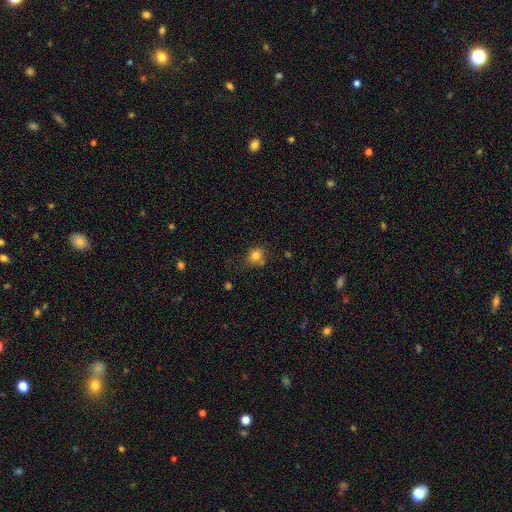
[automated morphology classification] Smooth or featured: smooth — 81% (star or artifact — 12%)
How rounded: round — 74% (in between — 25%)
Merging: none — 71% (minor disturbance — 16%)